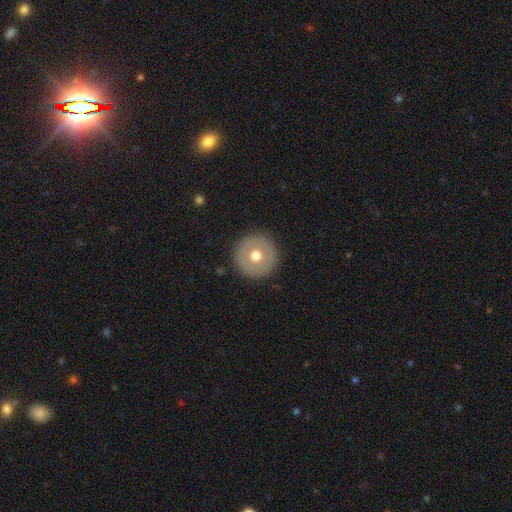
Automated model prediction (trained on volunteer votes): Morphology: type=smooth (60%); roundness=round (96%); merging=none (91%).